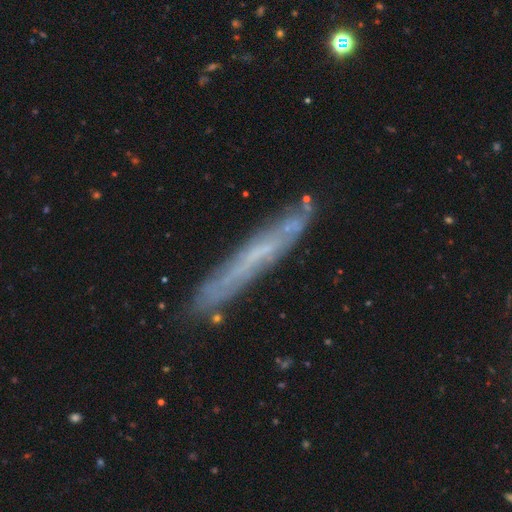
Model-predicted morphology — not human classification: Smooth or featured? featured or disk (58%)
Edge-on disk? yes (80%)
Merging? none (79%)